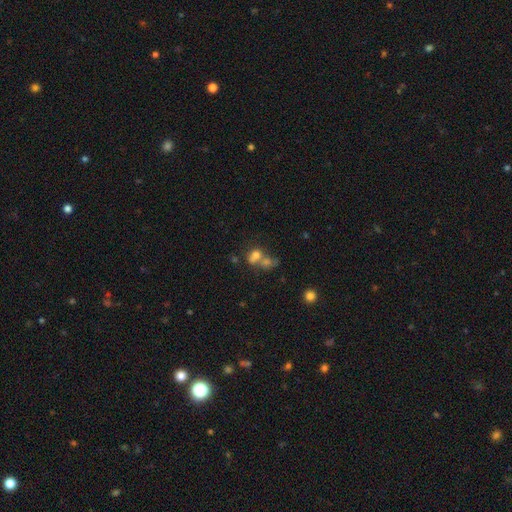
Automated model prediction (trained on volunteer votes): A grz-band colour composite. It shows a smooth galaxy with no disk features (65%) that is round (58%). Merging: merger (64%).